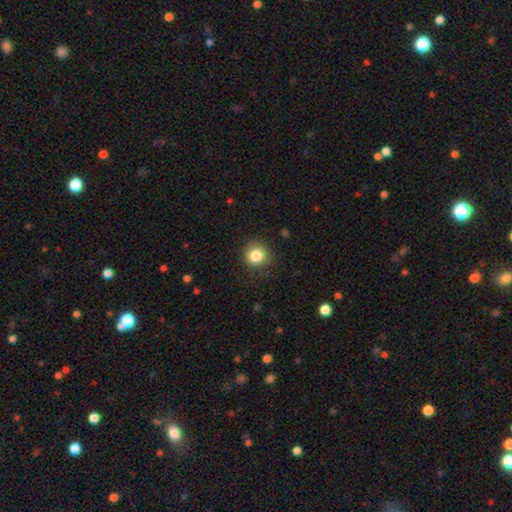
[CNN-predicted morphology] smooth 84%, star or artifact 10%, featured or disk 5%. Down the decision tree: how rounded — round (93%); merging — none (87%).